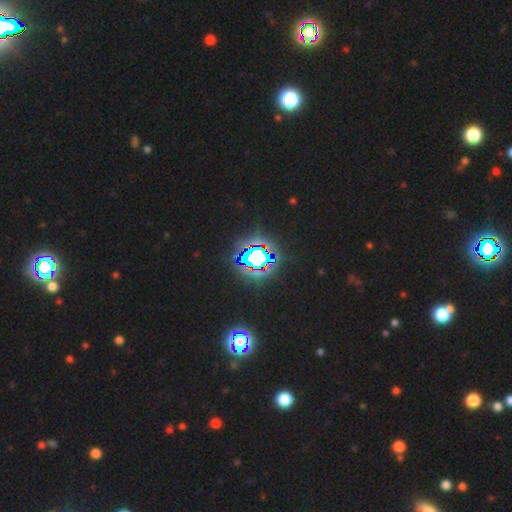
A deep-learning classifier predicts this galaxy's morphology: smooth-or-featured: star or artifact: 81% | smooth: 12% | featured or disk: 7%